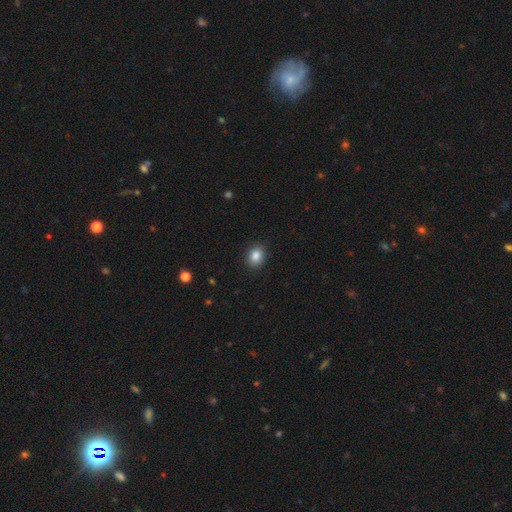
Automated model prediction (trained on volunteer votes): smooth 86%, star or artifact 9%, featured or disk 4%. Down the decision tree: how rounded — round (52%); merging — none (90%).